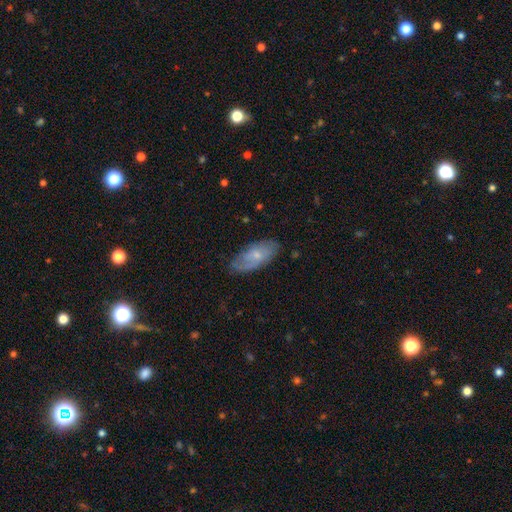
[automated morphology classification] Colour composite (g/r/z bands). It shows a smooth galaxy with no disk features (52%) that is in between round and cigar-shaped (88%). Merging: none (71%).